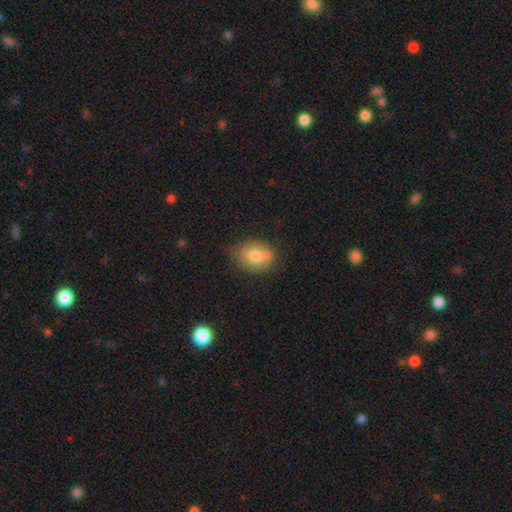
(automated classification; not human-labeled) A smooth galaxy with no disk features (75%) that is in between round and cigar-shaped (55%).

Vote fractions:
- Smooth or featured? smooth: 75% / featured or disk: 16% / star or artifact: 9%
- How rounded? in between: 55% / round: 44% / cigar-shaped: 1%
- Merging? none: 61% / minor disturbance: 18% / merger: 17% / major disturbance: 4%